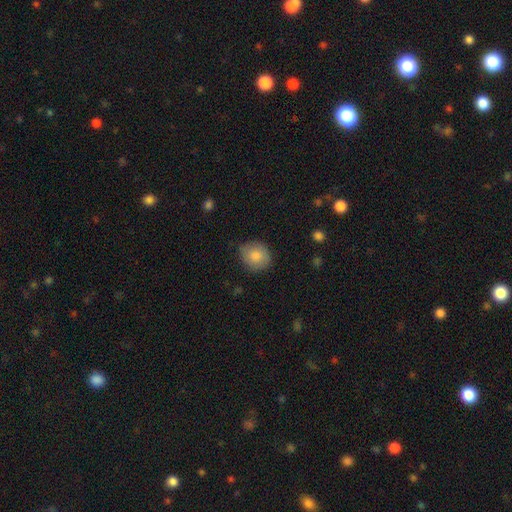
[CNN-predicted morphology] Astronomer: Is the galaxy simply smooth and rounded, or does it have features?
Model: smooth — 81%.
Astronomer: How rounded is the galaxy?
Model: round — 79%.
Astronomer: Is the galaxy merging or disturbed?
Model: none — 79%.